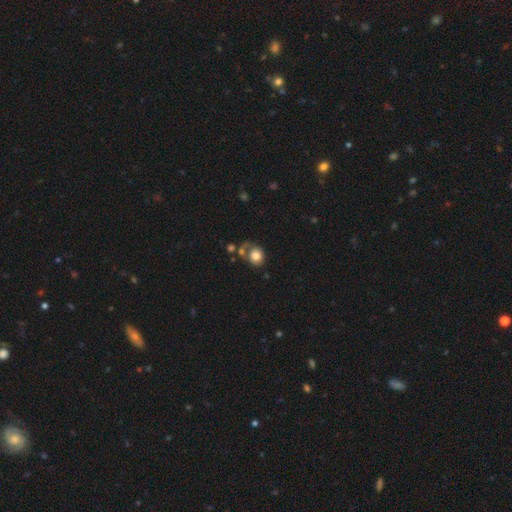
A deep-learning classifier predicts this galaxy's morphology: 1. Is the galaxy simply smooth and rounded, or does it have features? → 77% smooth, 14% featured or disk, 9% star or artifact.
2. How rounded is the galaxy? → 67% round, 32% in between, 1% cigar-shaped.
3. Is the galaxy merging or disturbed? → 52% none, 19% merger, 18% minor disturbance, 11% major disturbance.